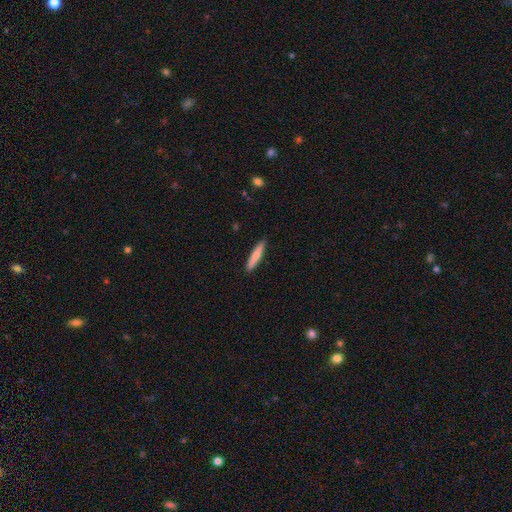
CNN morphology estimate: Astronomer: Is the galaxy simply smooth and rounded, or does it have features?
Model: smooth — 74%.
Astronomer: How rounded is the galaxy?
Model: cigar-shaped — 90%.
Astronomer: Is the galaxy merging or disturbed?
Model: none — 90%.